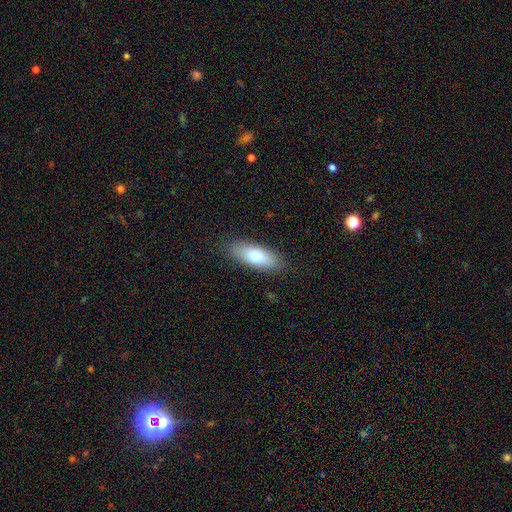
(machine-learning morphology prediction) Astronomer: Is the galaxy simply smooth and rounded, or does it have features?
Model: smooth — 79%.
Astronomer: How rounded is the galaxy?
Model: in between — 71%.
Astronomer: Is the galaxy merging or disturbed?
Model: none — 86%.